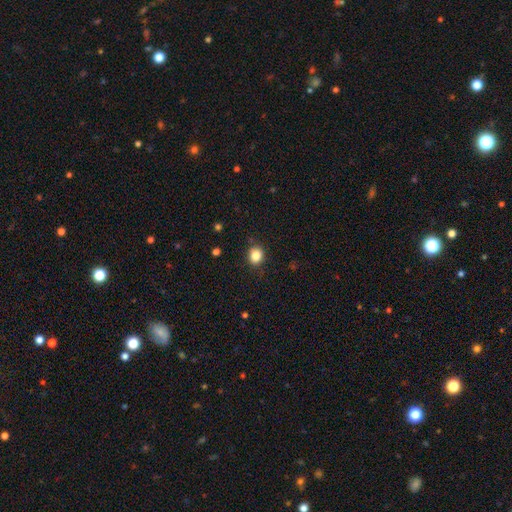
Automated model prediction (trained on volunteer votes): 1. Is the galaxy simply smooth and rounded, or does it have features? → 84% smooth, 11% star or artifact, 5% featured or disk.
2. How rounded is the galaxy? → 72% round, 27% in between, 1% cigar-shaped.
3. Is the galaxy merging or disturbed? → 83% none, 12% minor disturbance, 3% major disturbance, 1% merger.